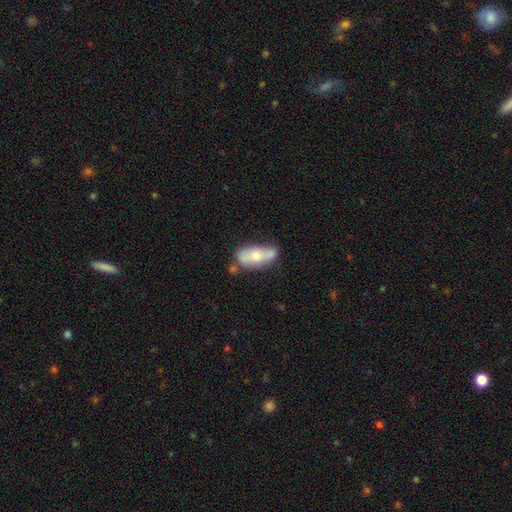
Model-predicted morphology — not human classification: A smooth galaxy with no disk features (57%) that is in between round and cigar-shaped (82%).

Vote fractions:
- Smooth or featured? smooth: 57% / featured or disk: 36% / star or artifact: 7%
- How rounded? in between: 82% / cigar-shaped: 14% / round: 4%
- Merging? none: 48% / minor disturbance: 24% / merger: 20% / major disturbance: 7%